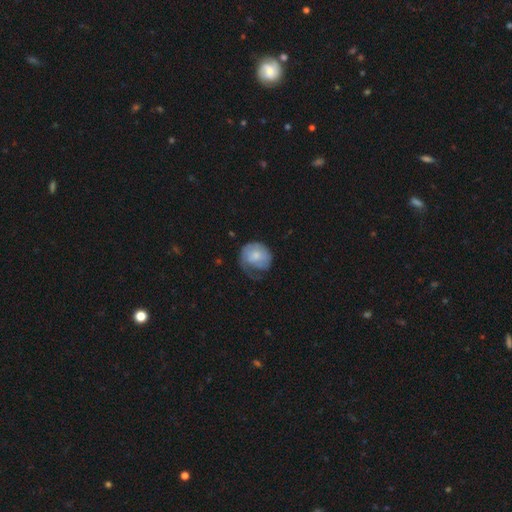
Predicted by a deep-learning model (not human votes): smooth-or-featured: smooth: 59% | featured or disk: 34% | star or artifact: 7%
  how-rounded: round: 71% | in between: 28% | cigar-shaped: 1%
  merging: major disturbance: 34% | none: 33% | minor disturbance: 31% | merger: 2%